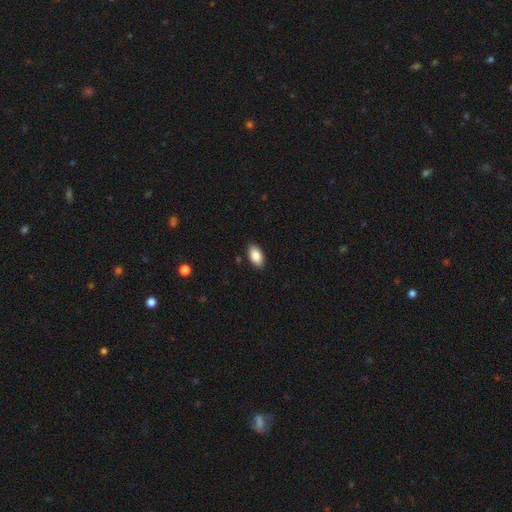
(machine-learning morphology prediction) Overall: smooth (87%). How rounded: in between (94%). Merging: none (89%).